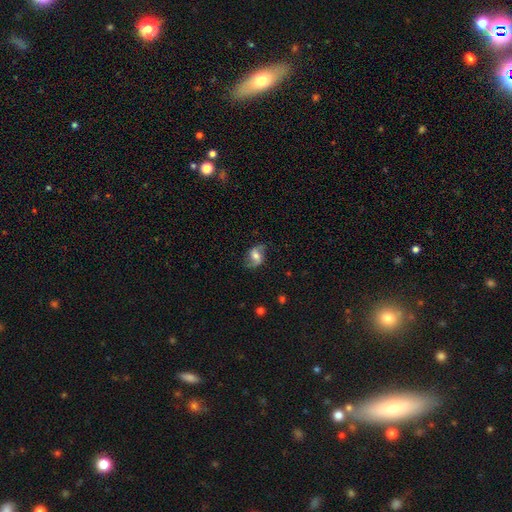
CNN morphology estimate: type=featured or disk (74%); edge-on=no (96%); bar=weak (42%); spiral arms=yes (93%); winding=loose (67%); arm count=2 (92%); bulge=moderate (61%); merging=none (78%).